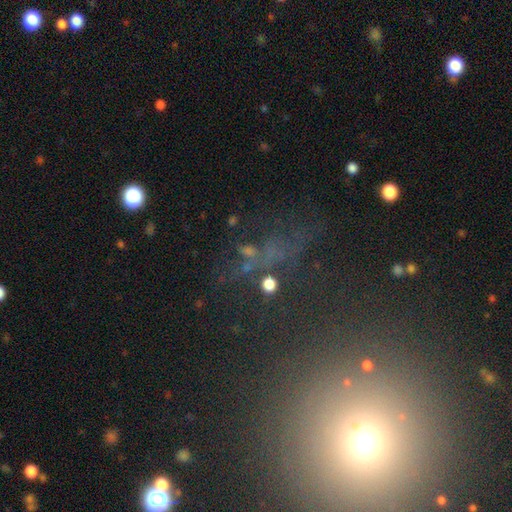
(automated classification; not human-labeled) The model was most divided on "smooth or featured": star or artifact: 51%, smooth: 27%, featured or disk: 22%.